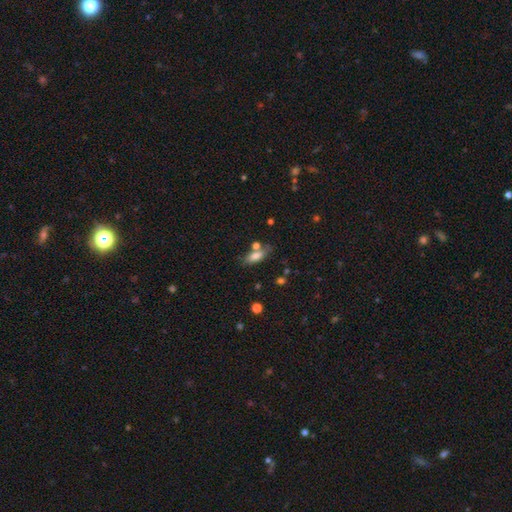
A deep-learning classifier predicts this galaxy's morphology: This is likely a smooth galaxy (77%). How rounded: likely in between (72%). Merging: possibly none (58%).